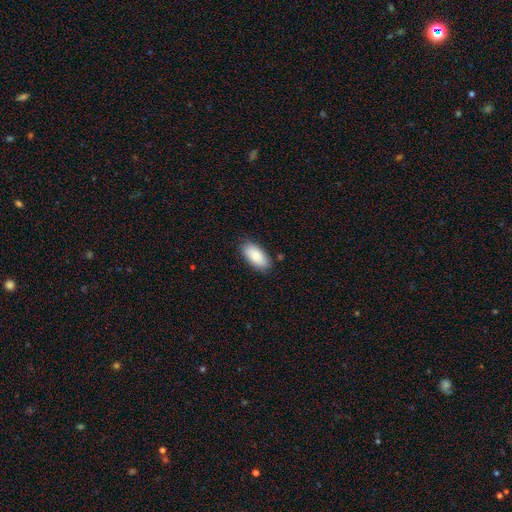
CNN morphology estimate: smooth-or-featured: smooth: 85% | featured or disk: 8% | star or artifact: 6%
  how-rounded: in between: 92% | cigar-shaped: 6% | round: 2%
  merging: none: 83% | minor disturbance: 13% | major disturbance: 2% | merger: 2%